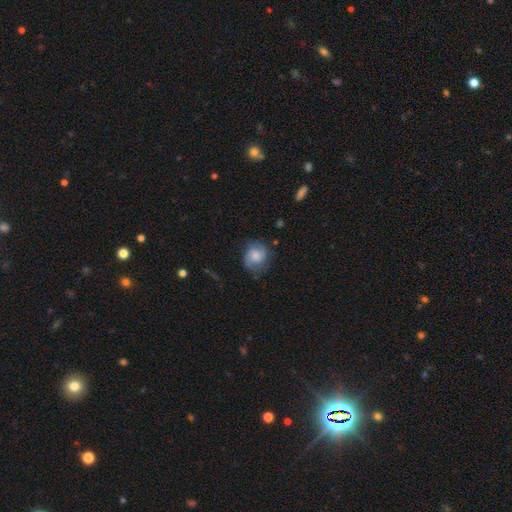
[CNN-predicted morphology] Smooth or featured? smooth (54%)
How rounded? round (69%)
Merging? none (66%)